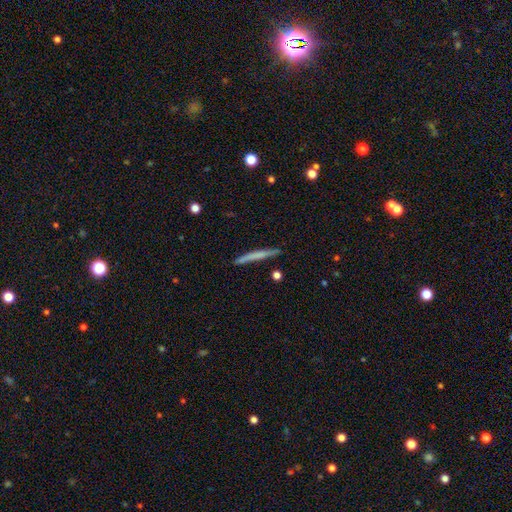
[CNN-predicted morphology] Overall: smooth (59%; featured or disk 35%). How rounded: cigar-shaped (96%). Merging: none (86%).